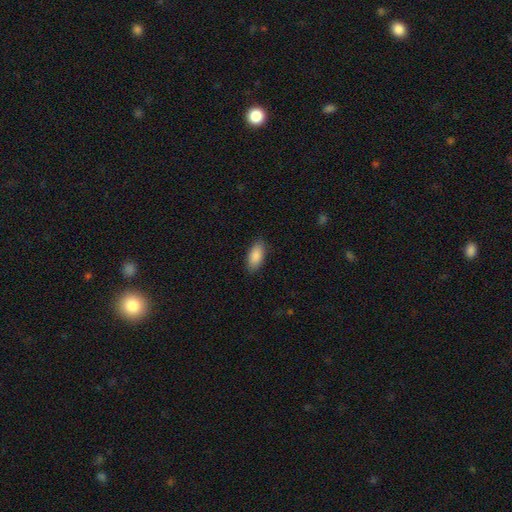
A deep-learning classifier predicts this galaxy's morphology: This is clearly a smooth galaxy (88%). How rounded: clearly in between (91%). Merging: clearly none (87%).